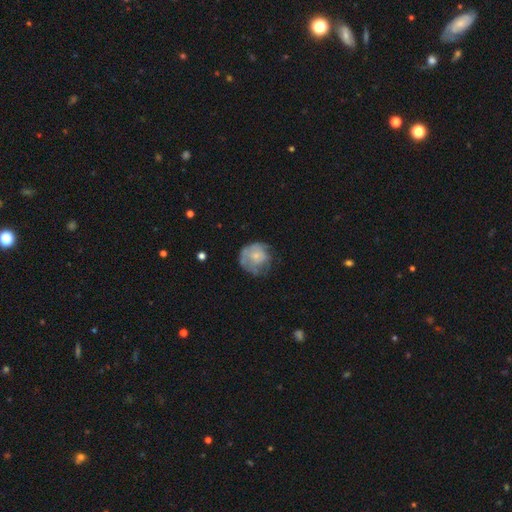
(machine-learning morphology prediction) Q: Smooth or featured?
A: smooth (47%); runner-up: featured or disk (45%)
Q: Merging?
A: none (49%); runner-up: minor disturbance (28%)